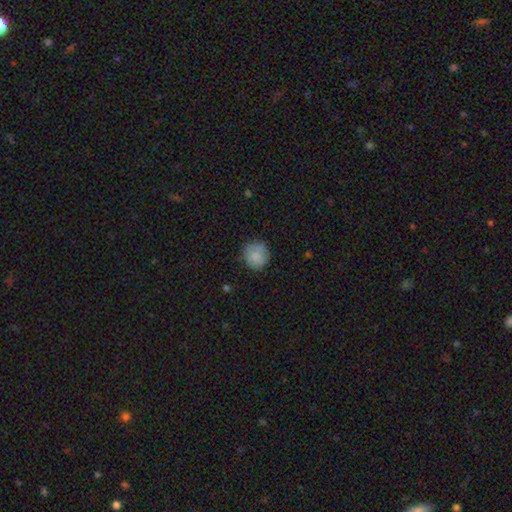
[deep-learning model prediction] A smooth galaxy with no disk features (83%) that is round (90%).

Vote fractions:
- Smooth or featured? smooth: 83% / featured or disk: 8% / star or artifact: 8%
- How rounded? round: 90% / in between: 9% / cigar-shaped: 1%
- Merging? none: 76% / minor disturbance: 18% / major disturbance: 4% / merger: 2%